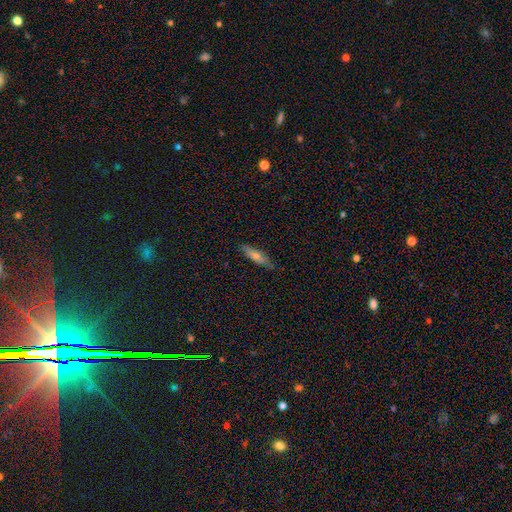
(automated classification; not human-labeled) smooth_or_featured: smooth (p=0.58) [alt: featured or disk p=0.35]
how_rounded: cigar-shaped (p=0.70) [alt: in between p=0.28]
merging: none (p=0.82) [alt: minor disturbance p=0.14]